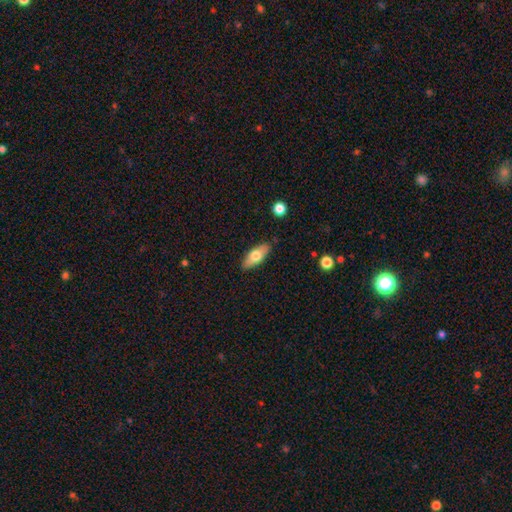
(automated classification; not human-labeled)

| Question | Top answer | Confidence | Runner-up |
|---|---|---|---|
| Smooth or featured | smooth | 66% | featured or disk (28%) |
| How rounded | in between | 77% | cigar-shaped (20%) |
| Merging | none | 85% | minor disturbance (11%) |